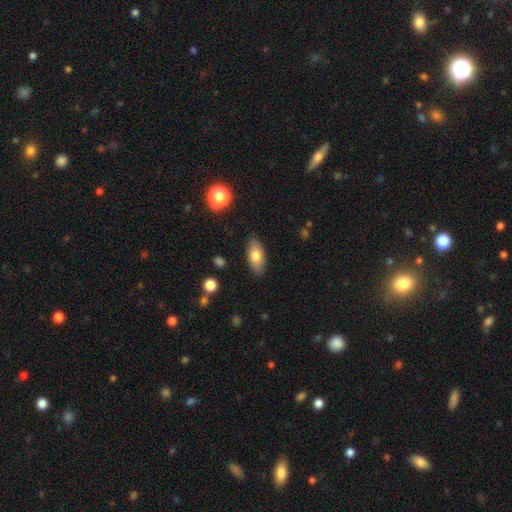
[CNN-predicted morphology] Smooth or featured: smooth — 76% (featured or disk — 17%)
How rounded: in between — 87% (cigar-shaped — 9%)
Merging: none — 86% (minor disturbance — 11%)